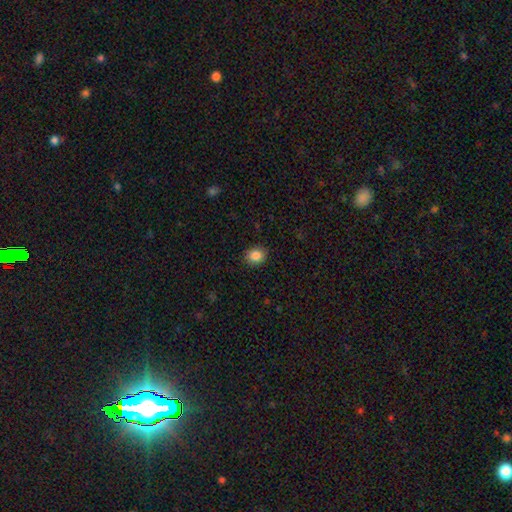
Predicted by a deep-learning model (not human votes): Smooth or featured? Predicted: smooth (p=0.85). How rounded? Predicted: round (p=0.67). Merging? Predicted: none (p=0.90).